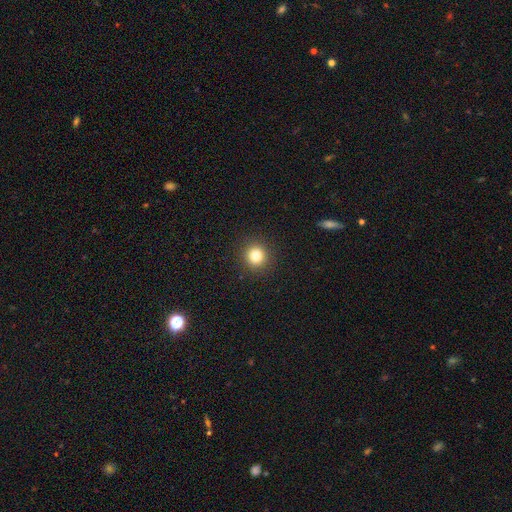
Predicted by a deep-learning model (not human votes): A smooth galaxy with no disk features (81%) that is round (93%).

Vote fractions:
- Smooth or featured? smooth: 81% / star or artifact: 12% / featured or disk: 6%
- How rounded? round: 93% / in between: 6% / cigar-shaped: 1%
- Merging? none: 92% / minor disturbance: 5% / major disturbance: 2% / merger: 1%